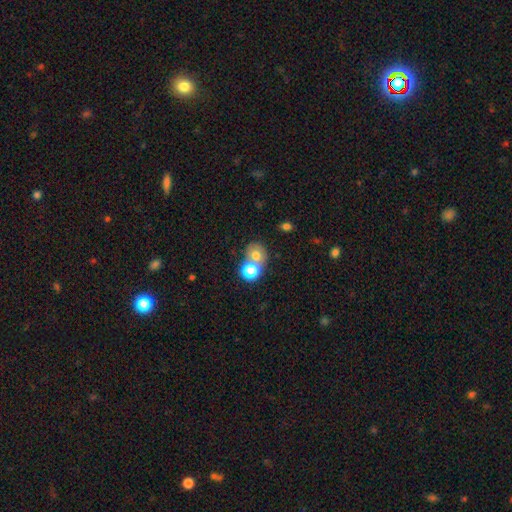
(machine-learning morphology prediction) A smooth galaxy with no disk features (69%) that is round (67%). Merging: merger (52%).